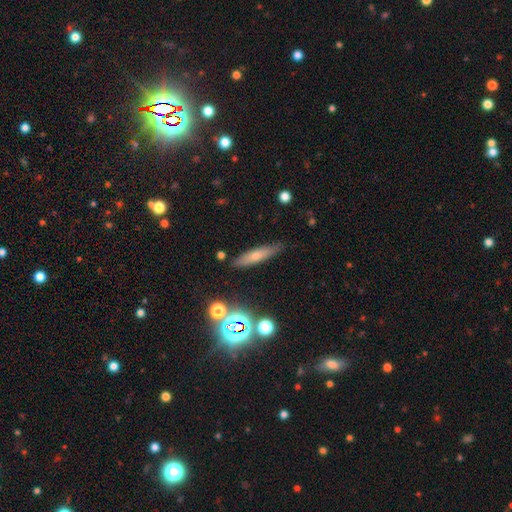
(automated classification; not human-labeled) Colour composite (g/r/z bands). It shows a smooth galaxy with no disk features (60%) that is cigar-shaped (80%). Merging: none (84%).